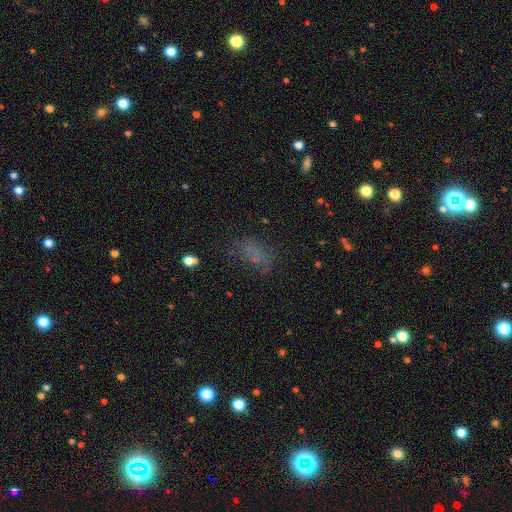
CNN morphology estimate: The model was most divided on "merging": none: 56%, minor disturbance: 22%, major disturbance: 19%, merger: 3%. More confident: how rounded — in between (85%); smooth or featured — smooth (62%).